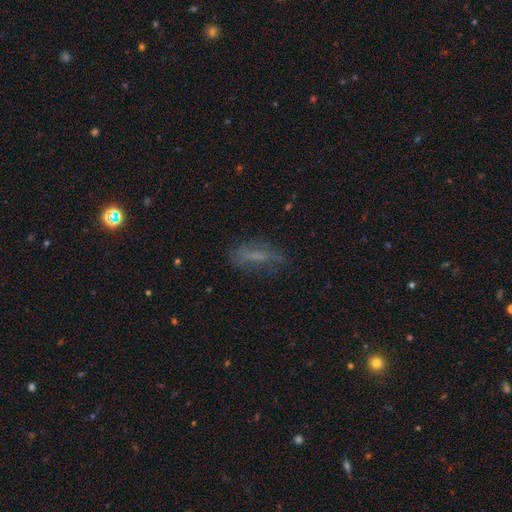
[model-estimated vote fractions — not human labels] Smooth or featured? smooth (51%)
How rounded? cigar-shaped (53%)
Merging? none (63%)